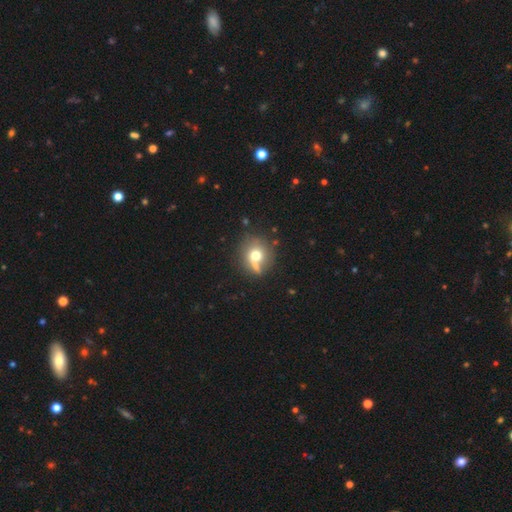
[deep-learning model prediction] Smooth or featured: smooth — 67% (featured or disk — 21%)
How rounded: round — 83% (in between — 16%)
Merging: none — 55% (merger — 19%)